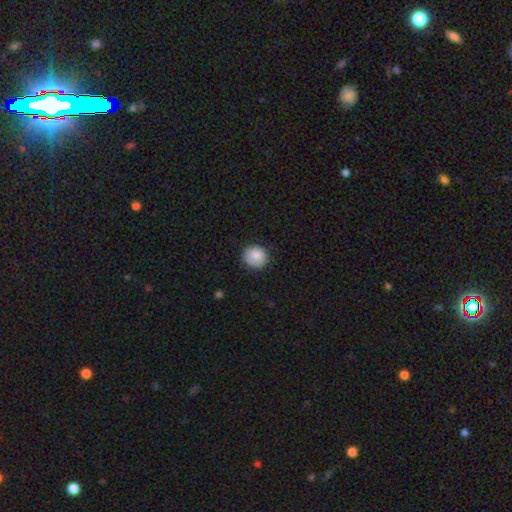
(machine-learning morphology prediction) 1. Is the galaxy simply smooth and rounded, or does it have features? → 85% smooth, 8% star or artifact, 7% featured or disk.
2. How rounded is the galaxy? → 83% round, 16% in between, 1% cigar-shaped.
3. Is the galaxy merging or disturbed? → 82% none, 14% minor disturbance, 3% major disturbance, 1% merger.